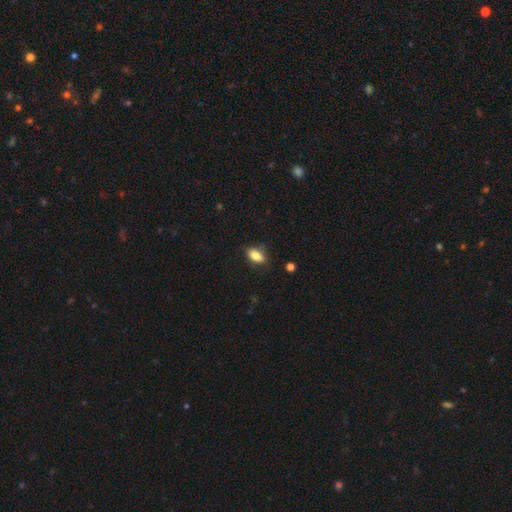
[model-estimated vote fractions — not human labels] smooth 81%, featured or disk 11%, star or artifact 8%. Down the decision tree: how rounded — in between (87%); merging — none (78%).